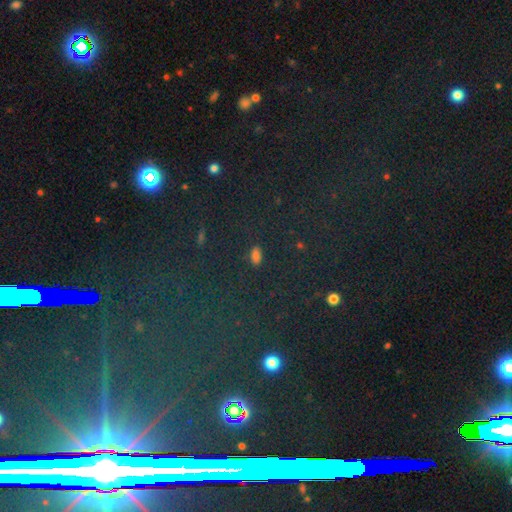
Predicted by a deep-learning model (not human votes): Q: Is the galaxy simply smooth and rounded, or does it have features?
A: smooth — 71%.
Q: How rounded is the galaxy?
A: in between — 88%.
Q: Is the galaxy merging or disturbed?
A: none — 84%.